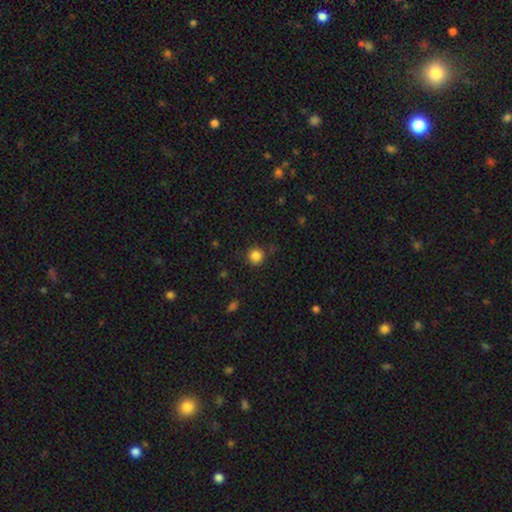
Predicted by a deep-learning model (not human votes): smooth-or-featured: smooth: 84% | star or artifact: 12% | featured or disk: 4%
  how-rounded: round: 93% | in between: 6% | cigar-shaped: 1%
  merging: none: 82% | minor disturbance: 12% | major disturbance: 4% | merger: 2%